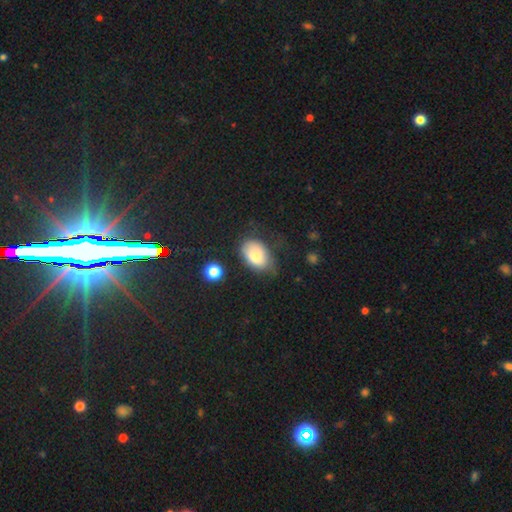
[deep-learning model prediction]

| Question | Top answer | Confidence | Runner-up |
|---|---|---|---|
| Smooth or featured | smooth | 78% | featured or disk (14%) |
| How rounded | in between | 87% | round (12%) |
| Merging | none | 47% | minor disturbance (35%) |